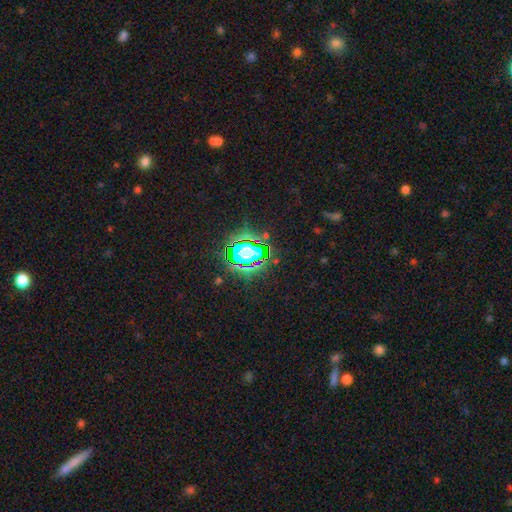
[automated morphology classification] Q: Smooth or featured?
A: star or artifact (76%); runner-up: smooth (15%)